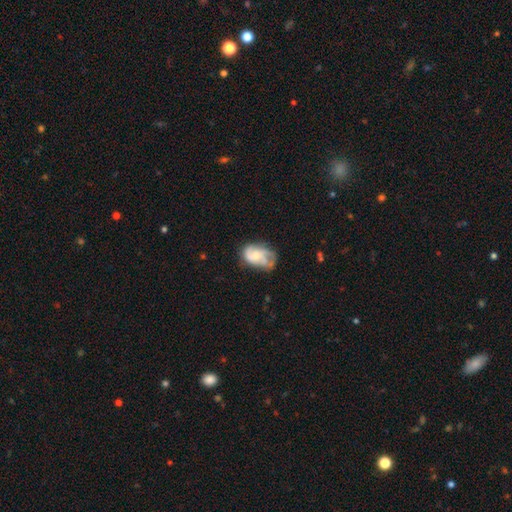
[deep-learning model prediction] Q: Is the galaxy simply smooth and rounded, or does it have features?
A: featured or disk — 67%.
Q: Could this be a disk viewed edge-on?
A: no — 98%.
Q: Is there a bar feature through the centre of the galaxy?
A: no — 68%.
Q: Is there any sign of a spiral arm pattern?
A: yes — 89%.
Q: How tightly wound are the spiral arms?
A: medium — 45%.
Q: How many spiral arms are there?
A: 3 — 39%.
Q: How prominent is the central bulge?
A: small — 53%.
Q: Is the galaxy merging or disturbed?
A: none — 48%.